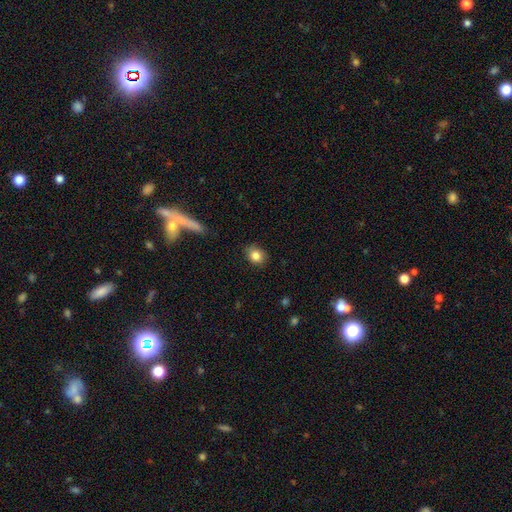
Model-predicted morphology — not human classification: smooth_or_featured: smooth (p=0.84) [alt: star or artifact p=0.09]
how_rounded: round (p=0.53) [alt: in between p=0.46]
merging: none (p=0.85) [alt: minor disturbance p=0.12]